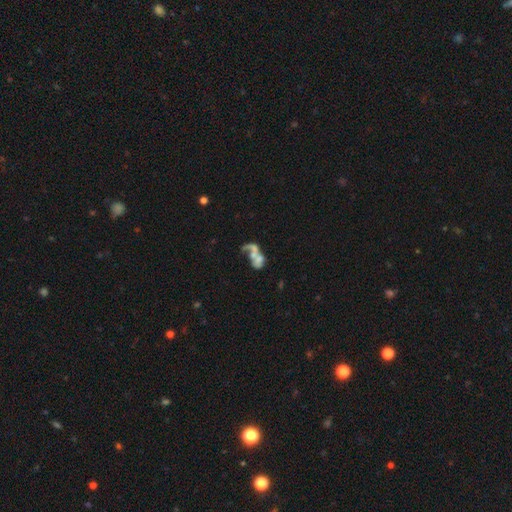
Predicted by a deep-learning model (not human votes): A featured or disk galaxy (57%) with no bar (83%), no spiral arms (66%) and no central bulge (51%). Merging: merger (50%).